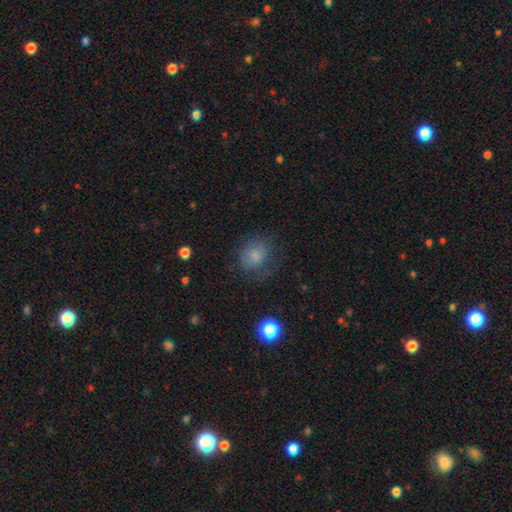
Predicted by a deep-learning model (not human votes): smooth_or_featured: smooth (p=0.66) [alt: star or artifact p=0.17]
how_rounded: round (p=0.63) [alt: in between p=0.36]
merging: none (p=0.66) [alt: minor disturbance p=0.20]